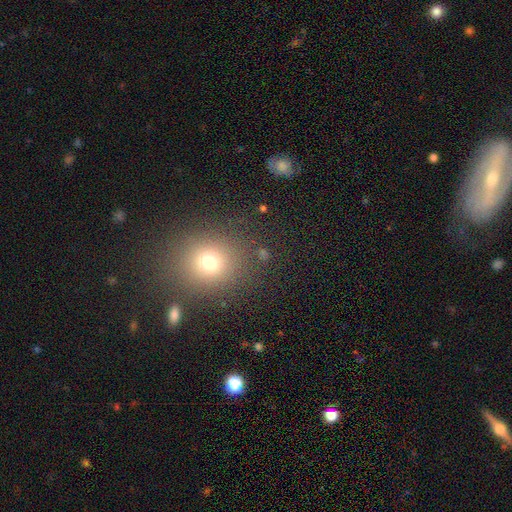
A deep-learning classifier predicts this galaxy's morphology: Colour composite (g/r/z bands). It shows a smooth galaxy with no disk features (62%) that is round (71%). Merging: none (86%).